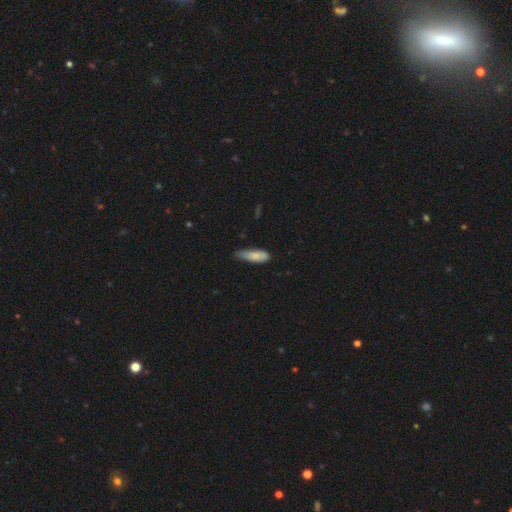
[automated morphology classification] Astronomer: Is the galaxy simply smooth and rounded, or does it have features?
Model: smooth — 80%.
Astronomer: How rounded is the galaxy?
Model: in between — 58% (runner-up: cigar-shaped, 40%).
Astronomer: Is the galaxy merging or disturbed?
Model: none — 47% (runner-up: minor disturbance, 43%).